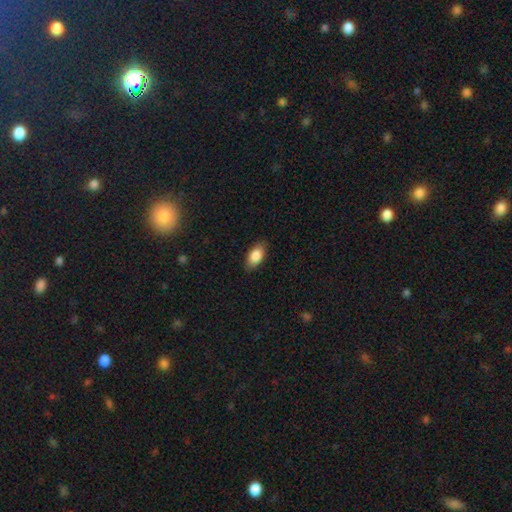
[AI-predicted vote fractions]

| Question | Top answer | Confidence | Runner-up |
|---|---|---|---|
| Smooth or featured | smooth | 84% | featured or disk (9%) |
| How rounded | in between | 91% | cigar-shaped (5%) |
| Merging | none | 87% | minor disturbance (10%) |